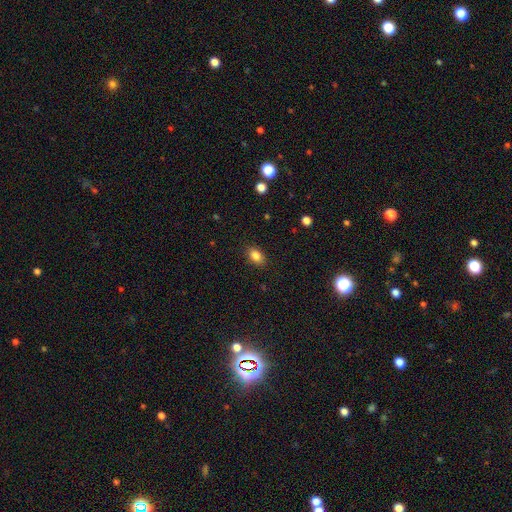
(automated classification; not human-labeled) A smooth galaxy with no disk features (85%) that is in between round and cigar-shaped (81%). Merging: none (88%).